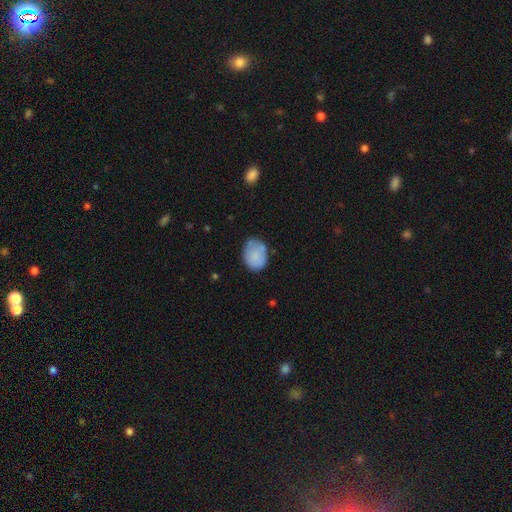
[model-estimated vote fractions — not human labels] Overall: smooth (79%). How rounded: in between (55%; round 44%). Merging: none (65%; minor disturbance 26%).